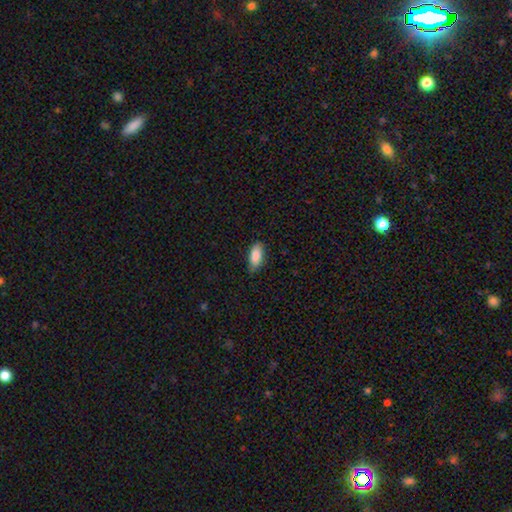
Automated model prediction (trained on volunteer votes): Smooth or featured? smooth (88%)
How rounded? in between (88%)
Merging? none (82%)